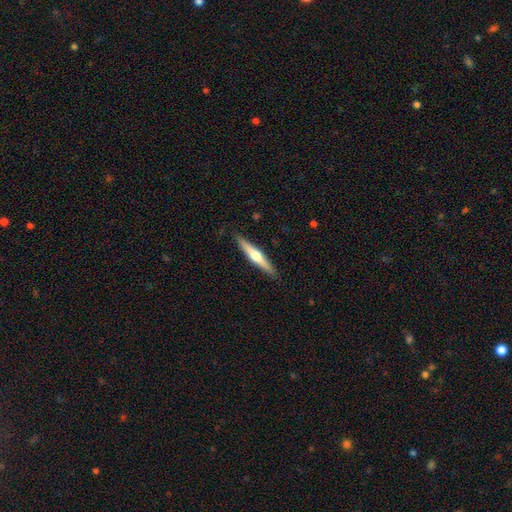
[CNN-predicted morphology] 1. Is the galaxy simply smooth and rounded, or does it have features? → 61% featured or disk, 34% smooth, 5% star or artifact.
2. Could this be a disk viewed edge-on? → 97% yes, 3% no.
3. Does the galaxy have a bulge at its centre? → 91% rounded, 6% none, 4% boxy.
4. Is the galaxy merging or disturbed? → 89% none, 8% minor disturbance, 1% major disturbance, 1% merger.